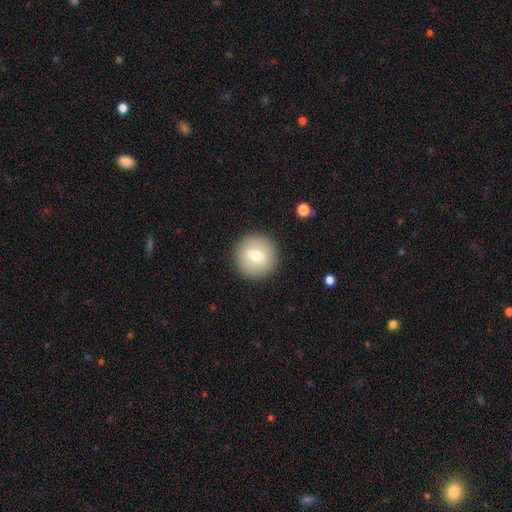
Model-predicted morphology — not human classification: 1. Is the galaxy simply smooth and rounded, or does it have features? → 68% smooth, 24% featured or disk, 8% star or artifact.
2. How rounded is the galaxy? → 94% round, 5% in between, 1% cigar-shaped.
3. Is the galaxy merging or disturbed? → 89% none, 7% minor disturbance, 2% major disturbance, 1% merger.